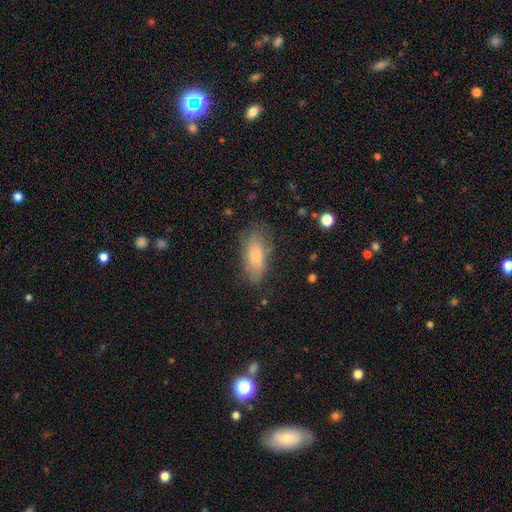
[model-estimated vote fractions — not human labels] smooth-or-featured: smooth: 76% | featured or disk: 16% | star or artifact: 8%
  how-rounded: in between: 79% | cigar-shaped: 19% | round: 3%
  merging: none: 65% | minor disturbance: 24% | major disturbance: 9% | merger: 2%